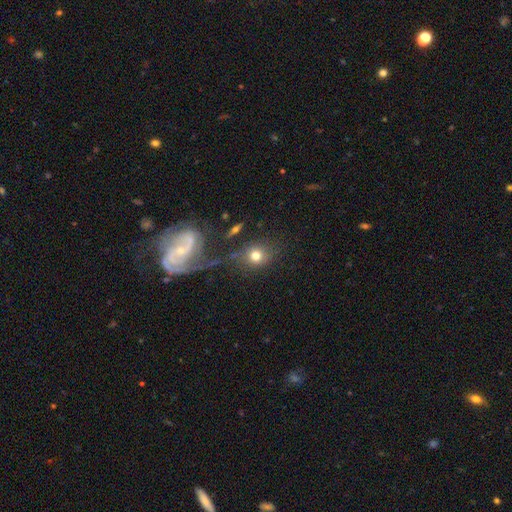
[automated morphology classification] Overall: smooth (69%). How rounded: round (77%). Merging: none (65%).